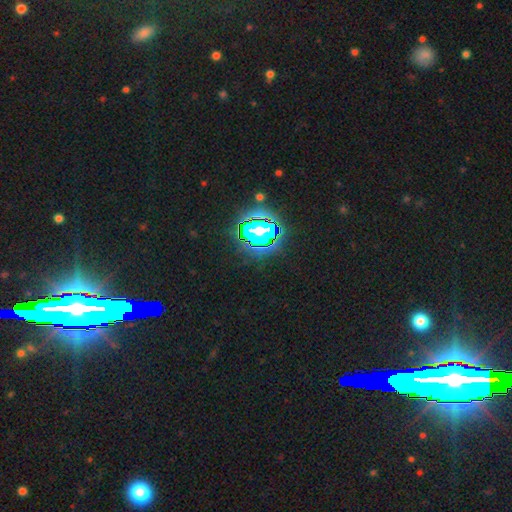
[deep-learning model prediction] This is clearly a star or artifact rather than a galaxy (83%).